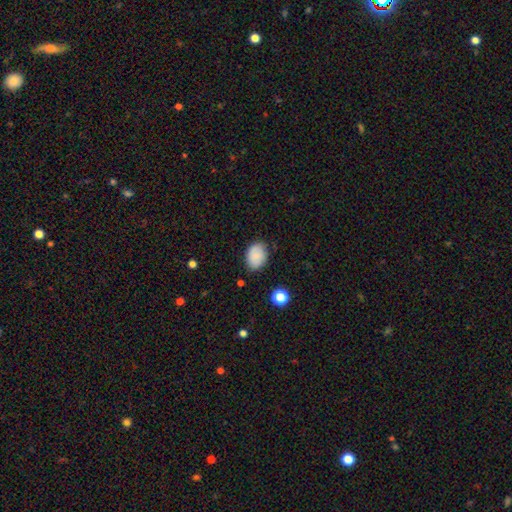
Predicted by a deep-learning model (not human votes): Smooth or featured? smooth (85%)
How rounded? in between (74%)
Merging? none (79%)